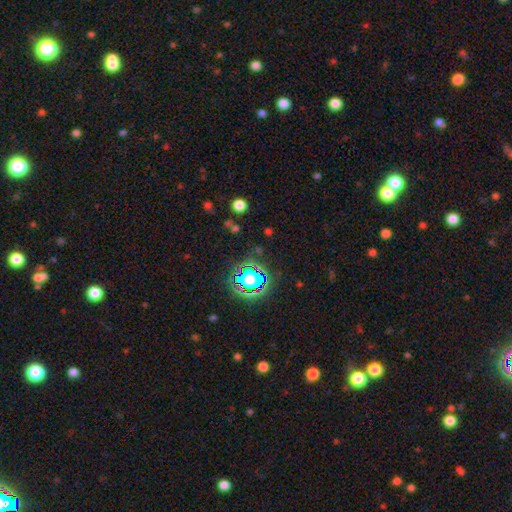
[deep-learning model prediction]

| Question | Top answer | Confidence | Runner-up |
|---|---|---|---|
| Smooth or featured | star or artifact | 77% | smooth (15%) |